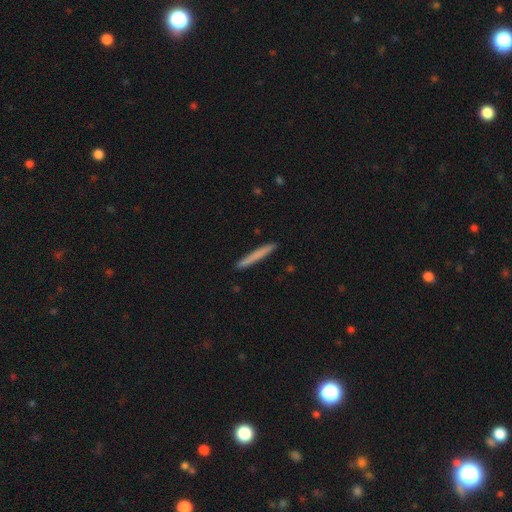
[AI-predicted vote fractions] Q: Smooth or featured?
A: smooth (72%); runner-up: featured or disk (22%)
Q: How rounded?
A: cigar-shaped (97%); runner-up: in between (2%)
Q: Merging?
A: none (92%); runner-up: minor disturbance (6%)